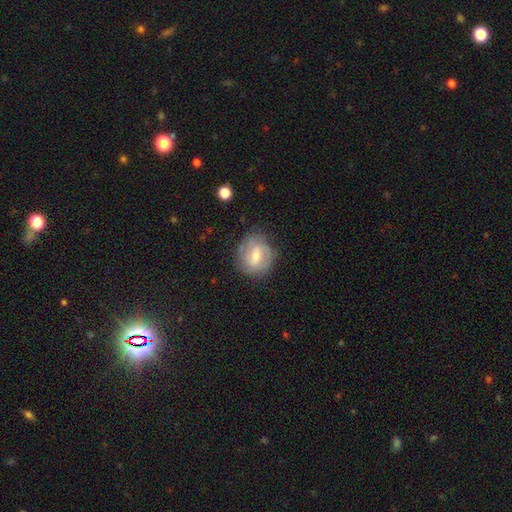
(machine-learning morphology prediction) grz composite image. It shows a featured or disk galaxy (49%). Merging: none (73%).